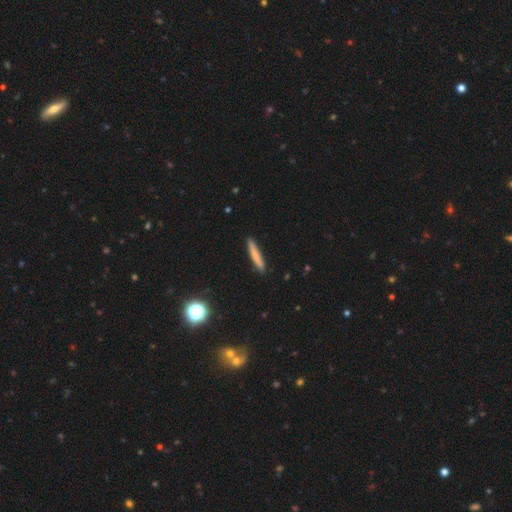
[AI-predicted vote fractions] Smooth or featured?
  - smooth: 75% *
  - featured or disk: 19%
  - star or artifact: 6%
How rounded?
  - cigar-shaped: 94% *
  - in between: 4%
  - round: 1%
Merging?
  - none: 88% *
  - minor disturbance: 9%
  - major disturbance: 2%
  - merger: 1%